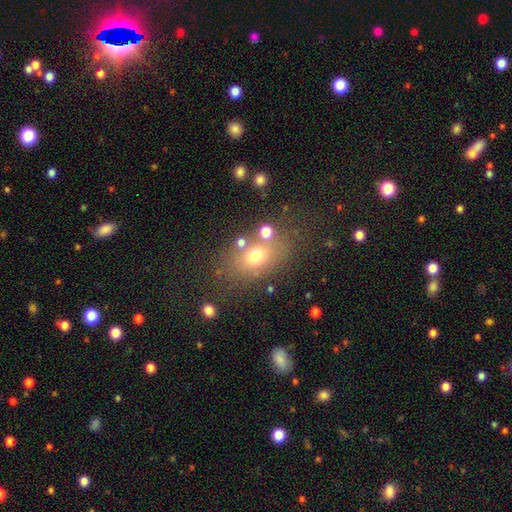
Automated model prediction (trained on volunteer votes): smooth-or-featured: smooth: 67% | featured or disk: 17% | star or artifact: 16%
  how-rounded: in between: 70% | round: 28% | cigar-shaped: 2%
  merging: none: 69% | minor disturbance: 14% | merger: 9% | major disturbance: 7%